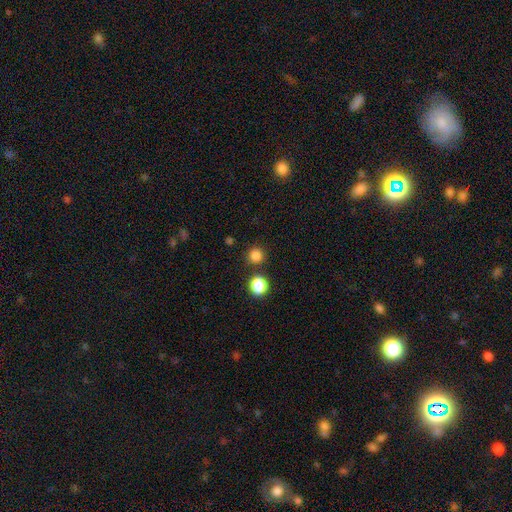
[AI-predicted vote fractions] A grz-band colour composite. It shows a smooth galaxy with no disk features (81%) that is round (94%). Merging: none (84%).